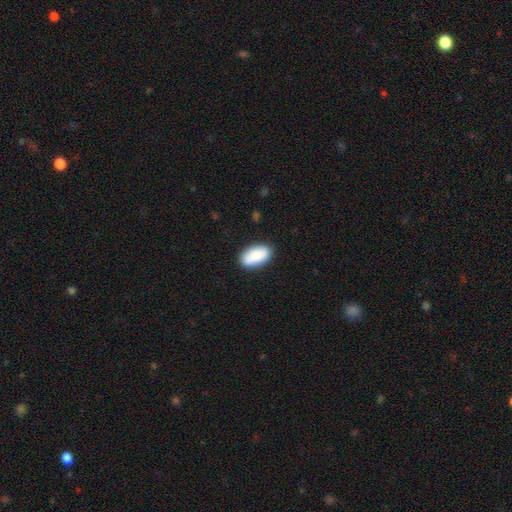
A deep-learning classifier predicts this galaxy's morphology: Smooth or featured? Predicted: smooth (p=0.82). How rounded? Predicted: in between (p=0.94). Merging? Predicted: none (p=0.82).